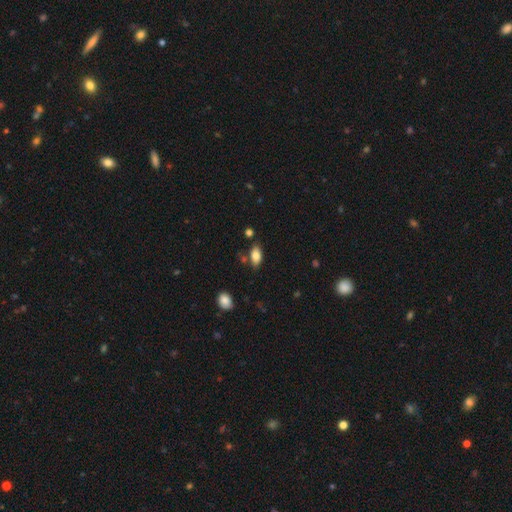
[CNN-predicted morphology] A smooth galaxy with no disk features (83%) that is in between round and cigar-shaped (92%).

Vote fractions:
- Smooth or featured? smooth: 83% / featured or disk: 9% / star or artifact: 8%
- How rounded? in between: 92% / cigar-shaped: 4% / round: 4%
- Merging? none: 78% / minor disturbance: 14% / merger: 5% / major disturbance: 3%